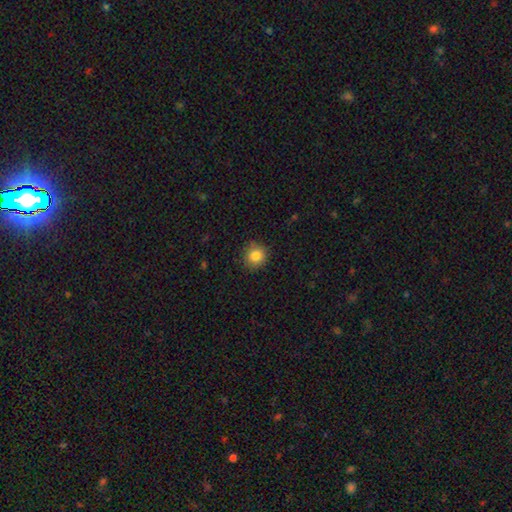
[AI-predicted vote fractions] This is clearly a smooth galaxy (85%). How rounded: clearly round (90%). Merging: clearly none (86%).